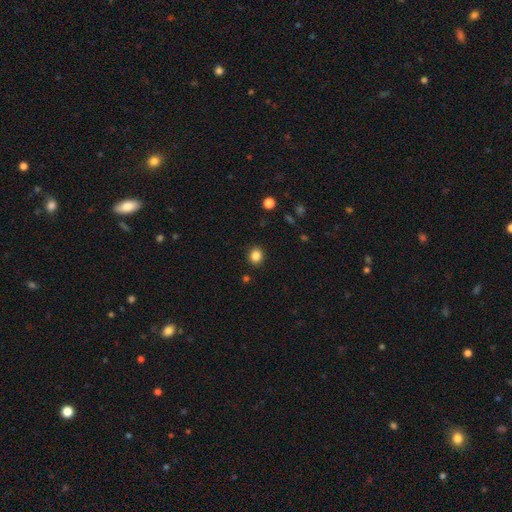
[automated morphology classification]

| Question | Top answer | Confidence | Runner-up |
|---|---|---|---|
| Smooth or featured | smooth | 85% | star or artifact (11%) |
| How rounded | round | 76% | in between (23%) |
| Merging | none | 90% | minor disturbance (6%) |